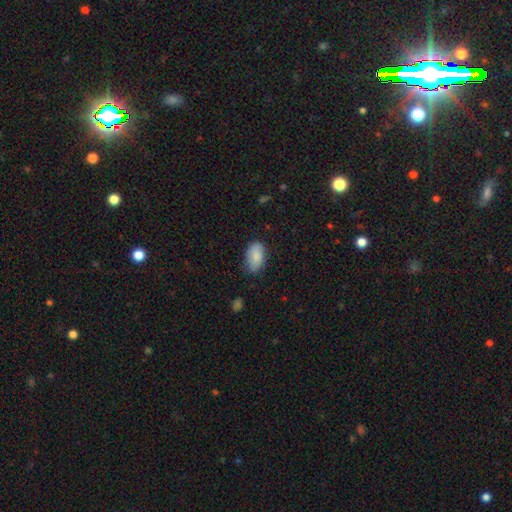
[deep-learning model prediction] Smooth or featured? Predicted: smooth (p=0.84). How rounded? Predicted: in between (p=0.93). Merging? Predicted: none (p=0.72).